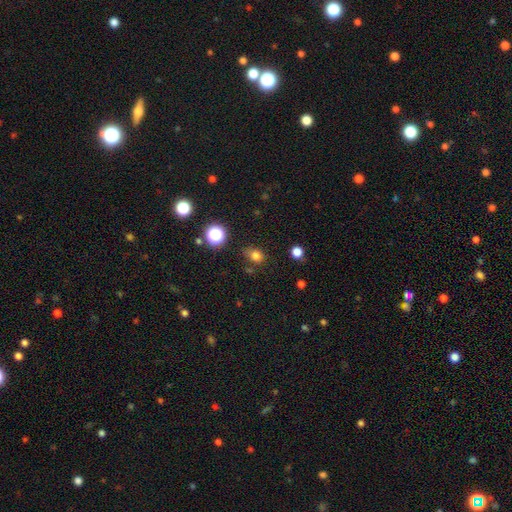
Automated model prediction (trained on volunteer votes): Morphology: type=smooth (77%); roundness=round (56%); merging=none (70%).